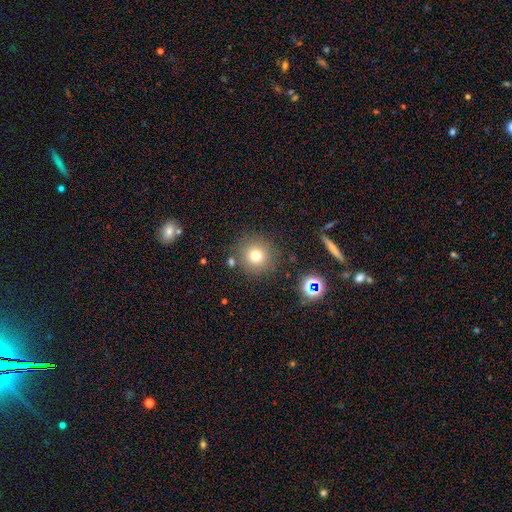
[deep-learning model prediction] A smooth galaxy with no disk features (74%) that is round (94%).

Vote fractions:
- Smooth or featured? smooth: 74% / star or artifact: 16% / featured or disk: 10%
- How rounded? round: 94% / in between: 5% / cigar-shaped: 1%
- Merging? none: 84% / minor disturbance: 8% / merger: 4% / major disturbance: 3%